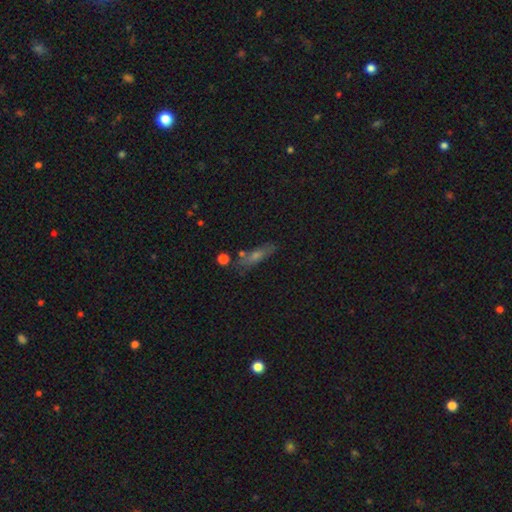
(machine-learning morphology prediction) Smooth or featured: smooth — 48% (featured or disk — 36%)
Merging: none — 74% (minor disturbance — 15%)